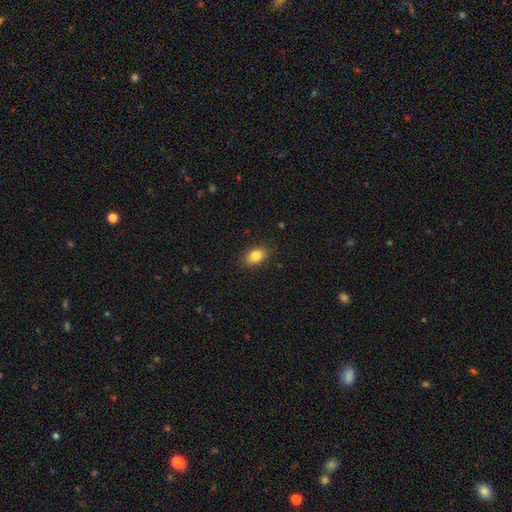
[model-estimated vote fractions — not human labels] Smooth or featured?
  - smooth: 84% *
  - star or artifact: 9%
  - featured or disk: 7%
How rounded?
  - in between: 80% *
  - round: 18%
  - cigar-shaped: 2%
Merging?
  - none: 86% *
  - minor disturbance: 11%
  - major disturbance: 2%
  - merger: 1%